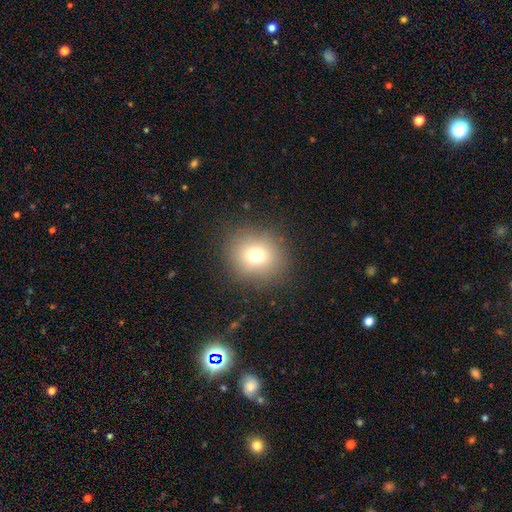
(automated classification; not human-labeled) Q: Smooth or featured?
A: smooth (72%); runner-up: star or artifact (17%)
Q: How rounded?
A: round (84%); runner-up: in between (15%)
Q: Merging?
A: none (87%); runner-up: minor disturbance (8%)